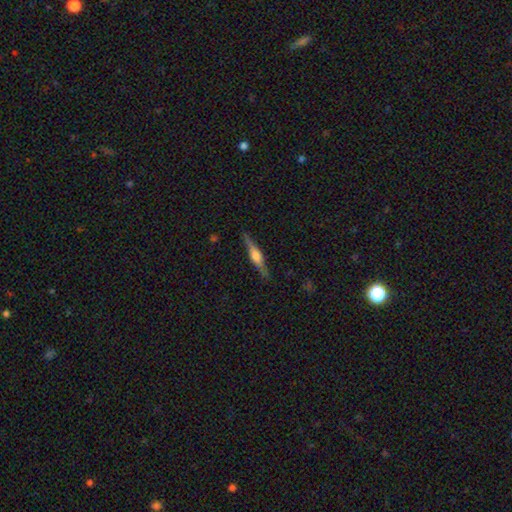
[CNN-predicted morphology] Smooth or featured?
  - featured or disk: 64% *
  - smooth: 30%
  - star or artifact: 6%
Edge-on disk?
  - yes: 97% *
  - no: 3%
Edge-on bulge?
  - rounded: 81% *
  - boxy: 14%
  - none: 5%
Merging?
  - none: 86% *
  - minor disturbance: 10%
  - major disturbance: 2%
  - merger: 1%